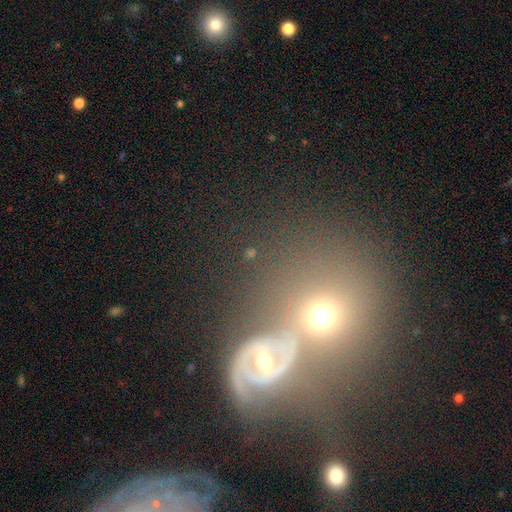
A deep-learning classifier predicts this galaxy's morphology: Smooth or featured? Predicted: featured or disk (p=0.51). Edge-on disk? Predicted: no (p=0.94). Merging? Predicted: none (p=0.42).